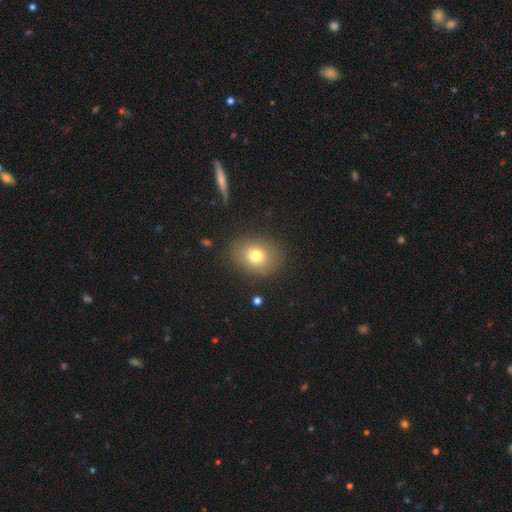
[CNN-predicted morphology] smooth-or-featured: smooth: 76% | featured or disk: 13% | star or artifact: 12%
  how-rounded: round: 52% | in between: 47% | cigar-shaped: 1%
  merging: none: 85% | minor disturbance: 10% | major disturbance: 4% | merger: 2%